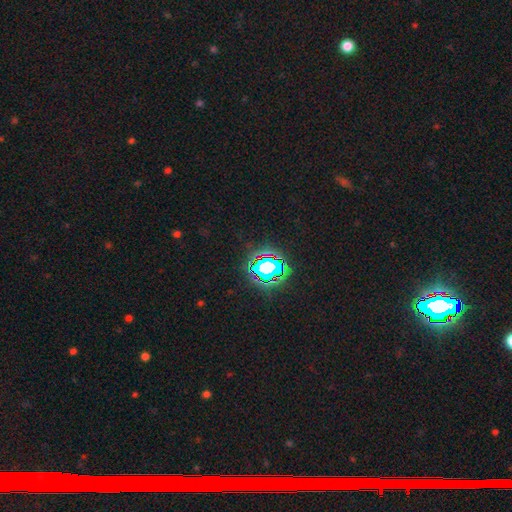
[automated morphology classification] type=star or artifact (84%).